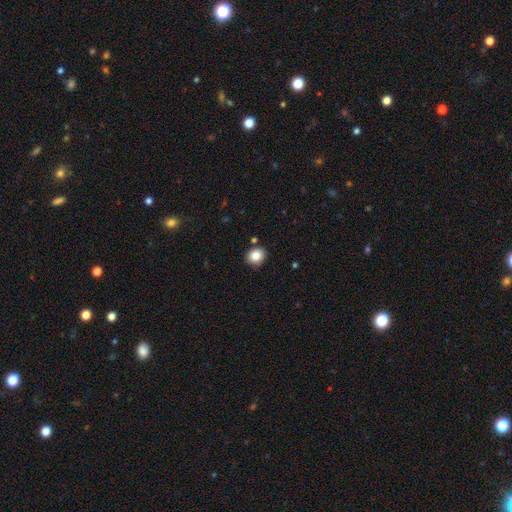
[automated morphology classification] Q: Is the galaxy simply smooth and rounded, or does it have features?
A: smooth — 84%.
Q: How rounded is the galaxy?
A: round — 69%.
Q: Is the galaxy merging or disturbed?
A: none — 86%.